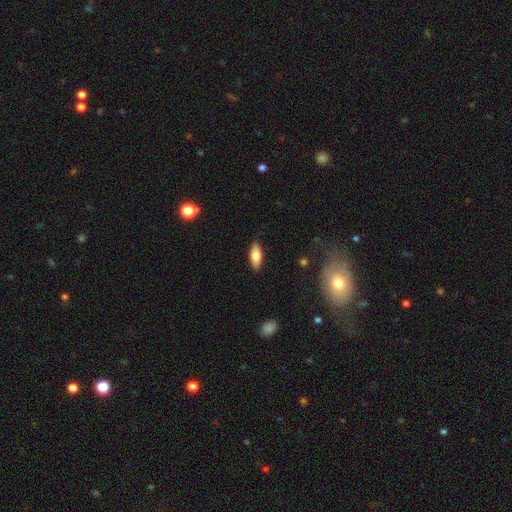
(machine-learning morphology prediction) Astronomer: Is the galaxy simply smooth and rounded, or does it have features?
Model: smooth — 79%.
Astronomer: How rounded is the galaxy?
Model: in between — 79%.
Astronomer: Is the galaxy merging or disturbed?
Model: none — 88%.